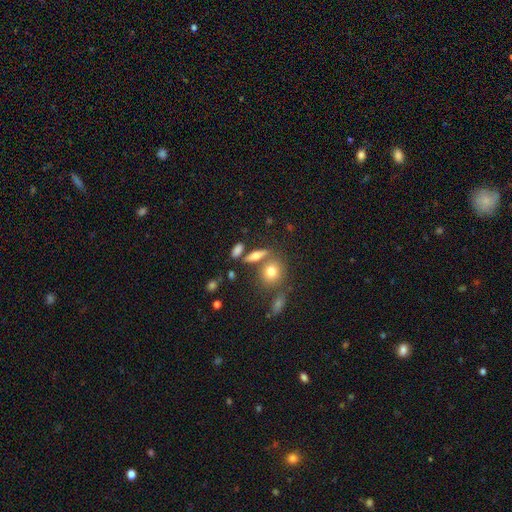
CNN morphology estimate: smooth-or-featured: smooth: 65% | featured or disk: 24% | star or artifact: 11%
  how-rounded: in between: 48% | cigar-shaped: 36% | round: 16%
  merging: none: 67% | merger: 17% | minor disturbance: 11% | major disturbance: 5%